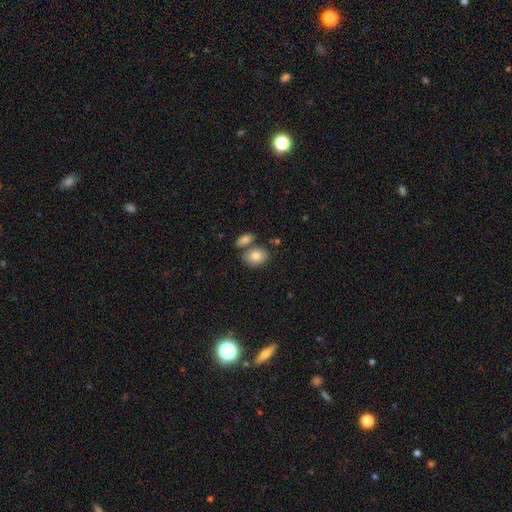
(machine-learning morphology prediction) Smooth or featured? smooth (82%)
How rounded? in between (72%)
Merging? none (58%)